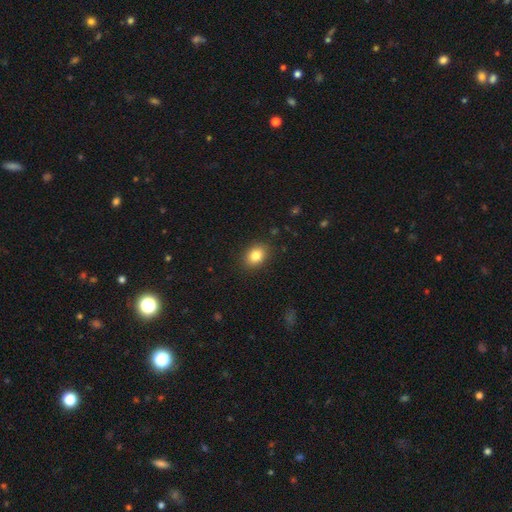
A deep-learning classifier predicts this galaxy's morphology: A smooth galaxy with no disk features (83%) that is in between round and cigar-shaped (63%). Merging: none (88%).